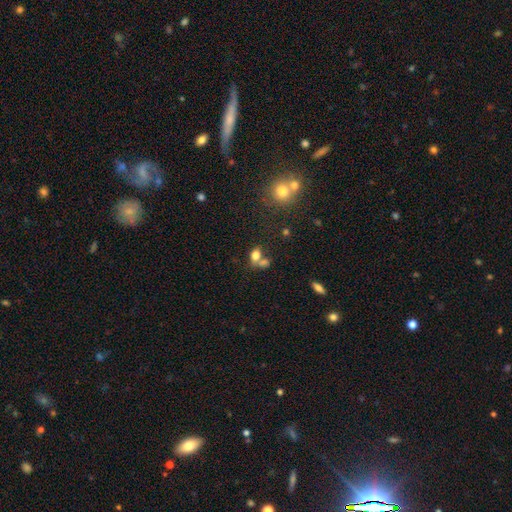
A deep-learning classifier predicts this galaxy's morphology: Smooth or featured: smooth — 74% (star or artifact — 13%)
How rounded: in between — 72% (round — 26%)
Merging: merger — 49% (none — 35%)